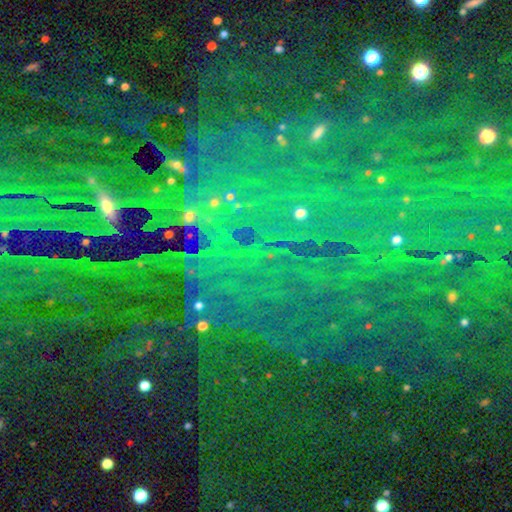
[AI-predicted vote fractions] A star or artifact, not a galaxy (82%).

Vote fractions:
- Smooth or featured? star or artifact: 82% / smooth: 9% / featured or disk: 9%